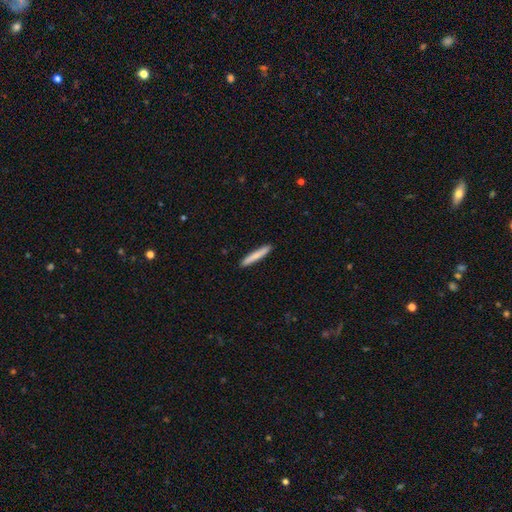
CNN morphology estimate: The model was most divided on "smooth or featured": smooth: 77%, featured or disk: 18%, star or artifact: 5%. More confident: how rounded — cigar-shaped (95%); merging — none (91%).